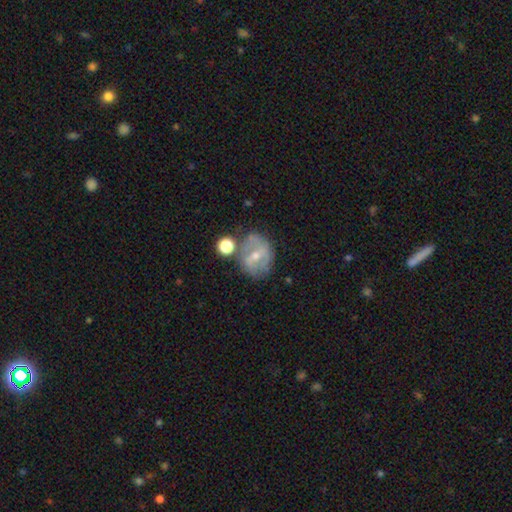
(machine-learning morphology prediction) smooth-or-featured: featured or disk: 59% | smooth: 31% | star or artifact: 9%
  disk-edge-on: no: 95% | yes: 5%
    bar: weak: 46% | no: 27% | strong: 27%
    has-spiral-arms: yes: 58% | no: 42%
    bulge-size: small: 53% | moderate: 43% | none: 2% | large: 2% | dominant: 1%
  merging: none: 56% | minor disturbance: 21% | merger: 13% | major disturbance: 10%